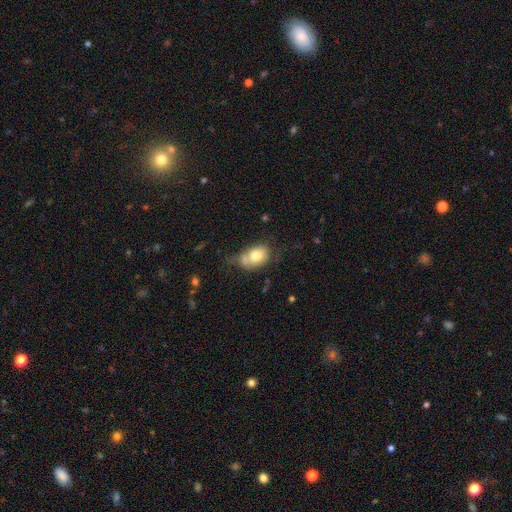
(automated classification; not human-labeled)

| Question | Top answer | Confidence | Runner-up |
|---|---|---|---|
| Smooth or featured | smooth | 73% | featured or disk (19%) |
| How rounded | in between | 75% | round (24%) |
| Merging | none | 40% | minor disturbance (27%) |